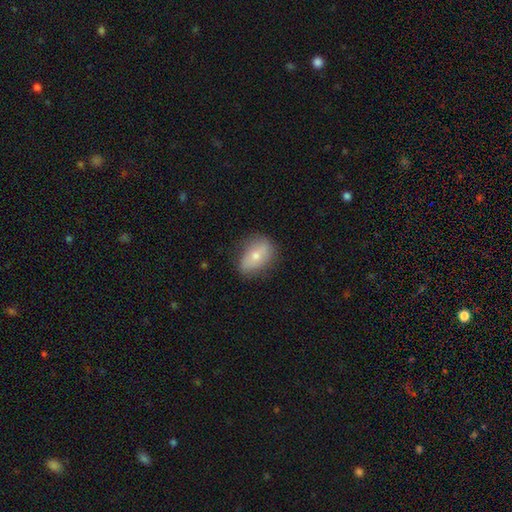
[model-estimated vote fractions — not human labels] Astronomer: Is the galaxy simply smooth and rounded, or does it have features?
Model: smooth — 65%.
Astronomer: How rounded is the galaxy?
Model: in between — 79%.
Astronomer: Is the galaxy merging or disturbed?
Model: none — 73%.